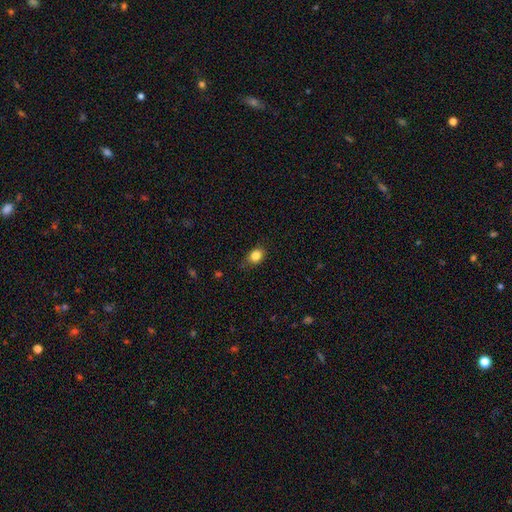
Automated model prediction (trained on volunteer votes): The model was most divided on "how rounded": round: 51%, in between: 48%, cigar-shaped: 1%. More confident: smooth or featured — smooth (83%); merging — none (76%).